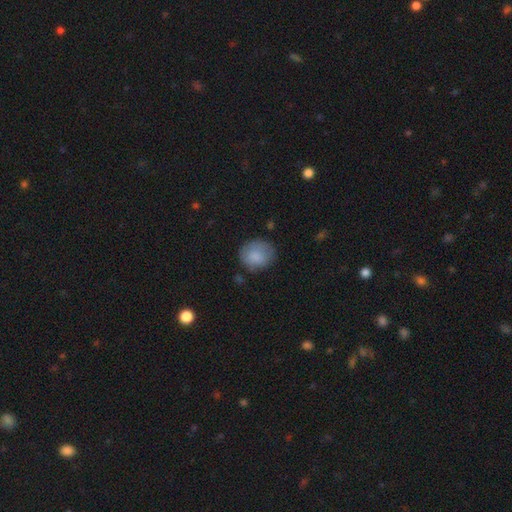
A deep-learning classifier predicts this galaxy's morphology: This appears to be a smooth galaxy with no disk features (83%) that is round (76%). Merging: none (71%).